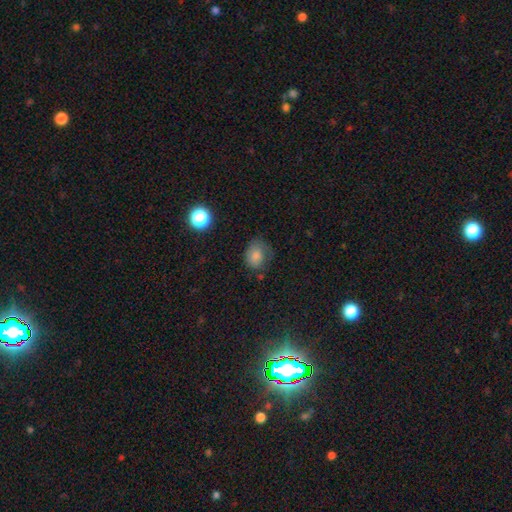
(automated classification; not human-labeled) A smooth galaxy with no disk features (78%) that is round (51%).

Vote fractions:
- Smooth or featured? smooth: 78% / star or artifact: 12% / featured or disk: 11%
- How rounded? round: 51% / in between: 48% / cigar-shaped: 1%
- Merging? none: 51% / minor disturbance: 31% / major disturbance: 15% / merger: 3%